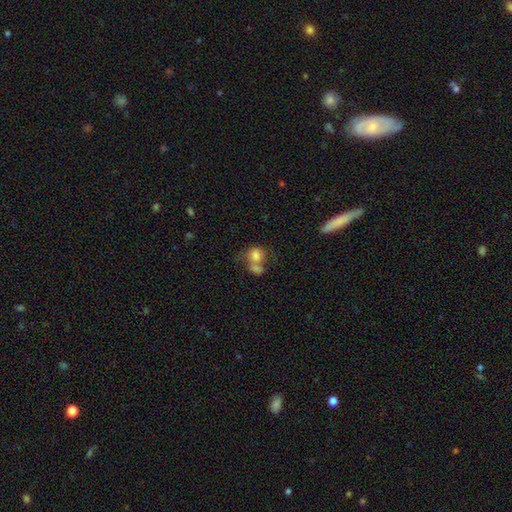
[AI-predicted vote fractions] smooth_or_featured: smooth (p=0.76) [alt: featured or disk p=0.15]
how_rounded: round (p=0.55) [alt: in between p=0.44]
merging: merger (p=0.55) [alt: none p=0.24]